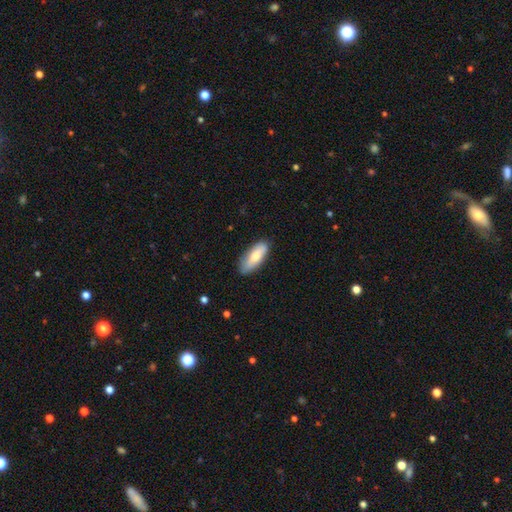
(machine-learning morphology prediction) Smooth or featured: smooth — 76% (featured or disk — 18%)
How rounded: in between — 72% (cigar-shaped — 26%)
Merging: none — 83% (minor disturbance — 14%)